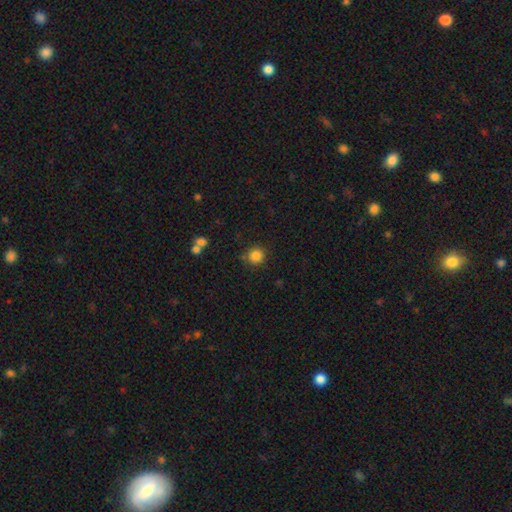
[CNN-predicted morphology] This appears to be a smooth galaxy with no disk features (85%) that is round (91%). Merging: none (82%).